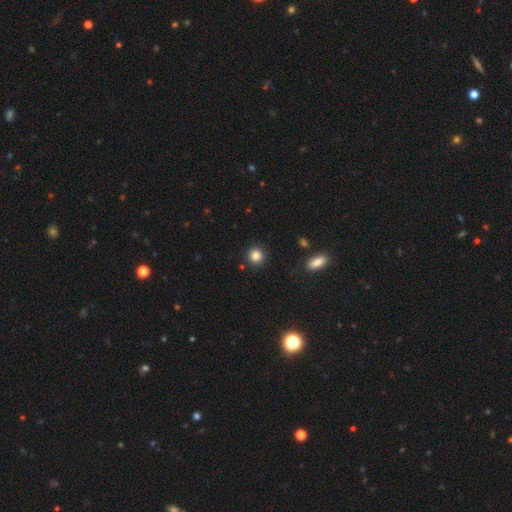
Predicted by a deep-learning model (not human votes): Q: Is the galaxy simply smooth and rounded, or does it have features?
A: smooth — 85%.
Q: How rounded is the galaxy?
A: round — 91%.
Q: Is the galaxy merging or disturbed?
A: none — 89%.